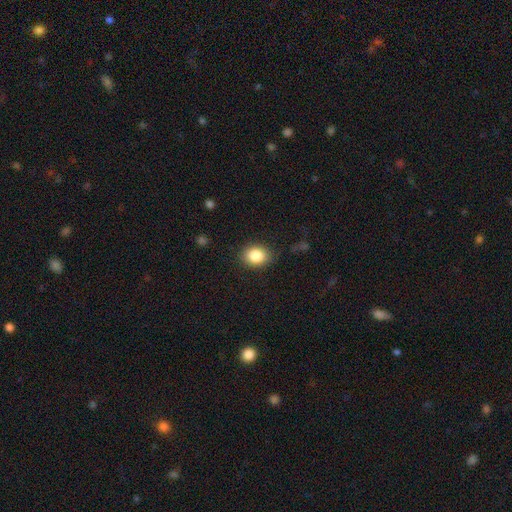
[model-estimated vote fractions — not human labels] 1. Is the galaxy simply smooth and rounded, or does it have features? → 86% smooth, 9% star or artifact, 5% featured or disk.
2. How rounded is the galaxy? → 50% in between, 49% round, 1% cigar-shaped.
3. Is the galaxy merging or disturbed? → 84% none, 11% minor disturbance, 3% major disturbance, 1% merger.